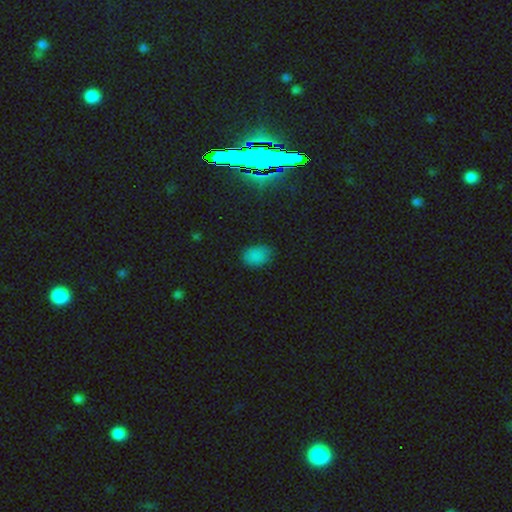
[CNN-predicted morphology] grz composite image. It shows a smooth galaxy with no disk features (82%) that is in between round and cigar-shaped (82%). Merging: none (77%).